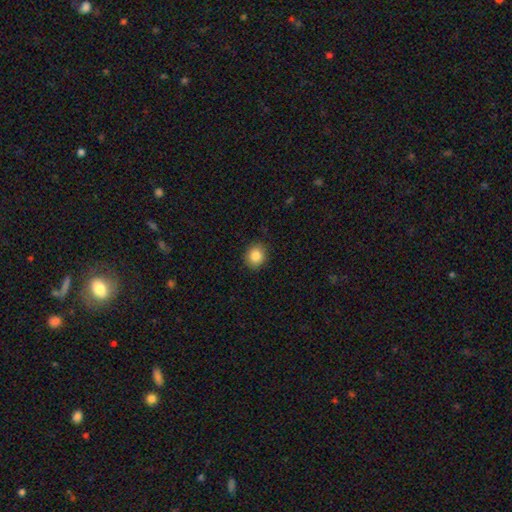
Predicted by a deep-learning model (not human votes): Overall: smooth (86%). How rounded: round (75%). Merging: none (89%).